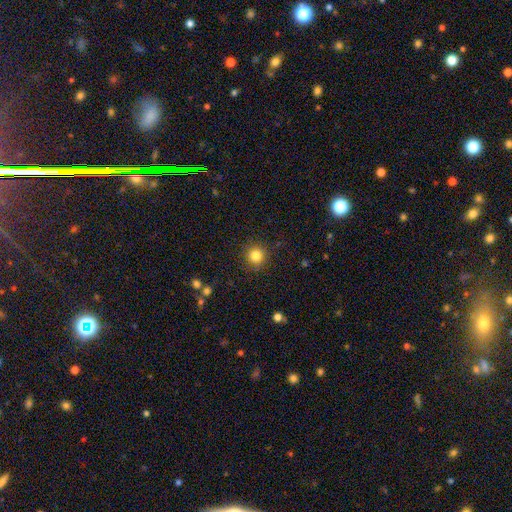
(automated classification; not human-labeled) Q: Smooth or featured?
A: smooth (83%); runner-up: star or artifact (12%)
Q: How rounded?
A: round (94%); runner-up: in between (5%)
Q: Merging?
A: none (89%); runner-up: minor disturbance (7%)